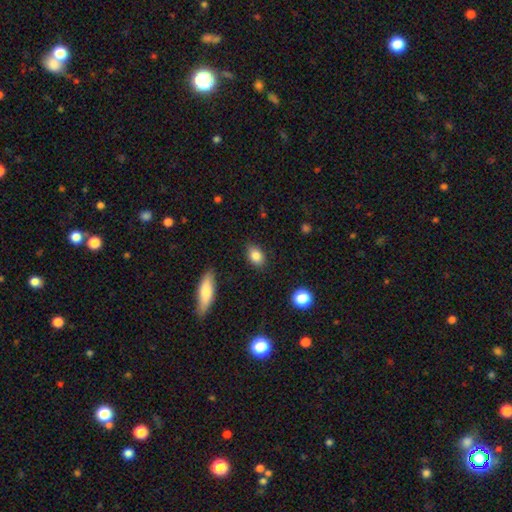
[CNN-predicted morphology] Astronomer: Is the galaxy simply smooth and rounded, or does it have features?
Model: smooth — 85%.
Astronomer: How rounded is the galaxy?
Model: in between — 78%.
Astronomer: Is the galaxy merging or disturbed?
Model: none — 84%.